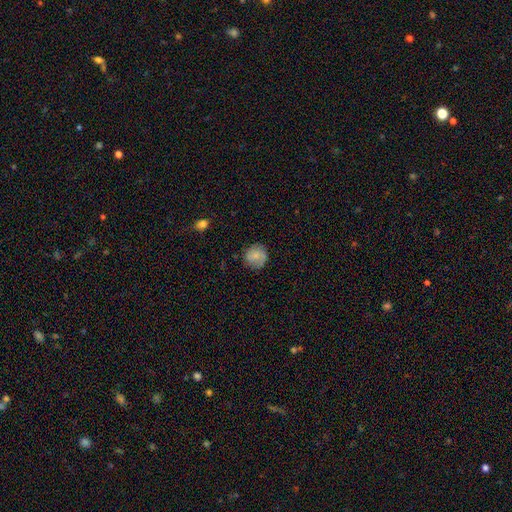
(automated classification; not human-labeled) A smooth galaxy with no disk features (68%) that is round (89%). Merging: none (78%).